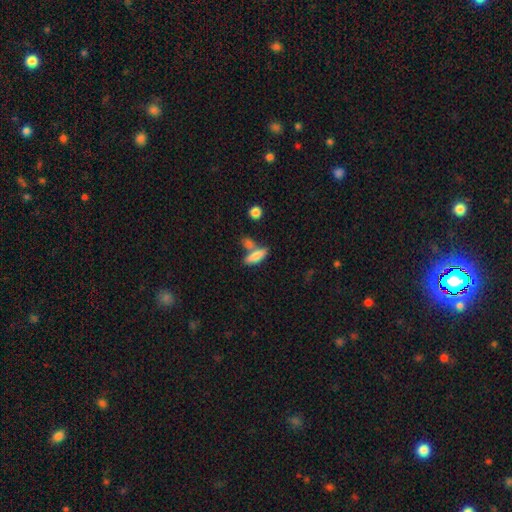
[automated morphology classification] Smooth or featured: smooth — 77% (featured or disk — 16%)
How rounded: in between — 54% (cigar-shaped — 43%)
Merging: none — 55% (merger — 27%)